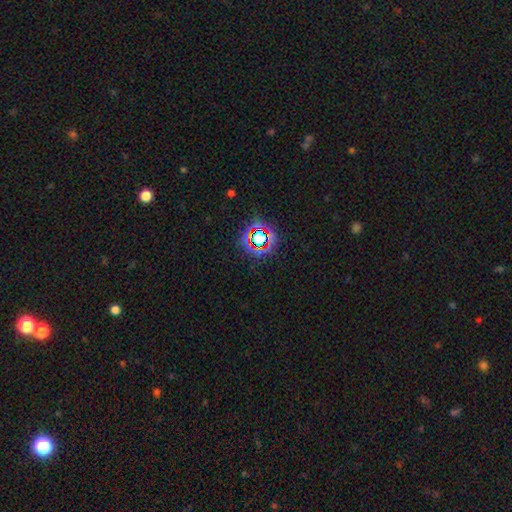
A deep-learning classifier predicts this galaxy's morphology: Overall: star or artifact (55%; featured or disk 23%).